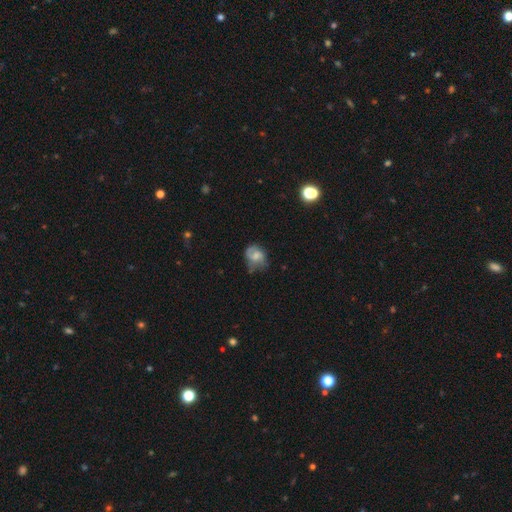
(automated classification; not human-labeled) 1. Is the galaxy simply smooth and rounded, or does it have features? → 52% smooth, 38% featured or disk, 10% star or artifact.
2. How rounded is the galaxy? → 50% round, 49% in between, 1% cigar-shaped.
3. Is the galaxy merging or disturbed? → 46% none, 31% minor disturbance, 19% major disturbance, 4% merger.